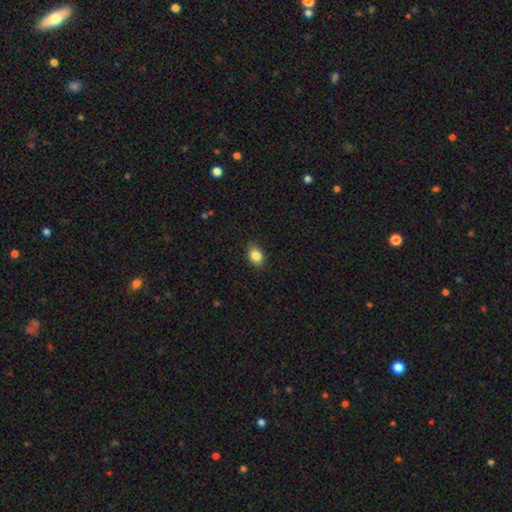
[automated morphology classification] smooth 85%, star or artifact 9%, featured or disk 6%. Down the decision tree: how rounded — in between (76%); merging — none (85%).